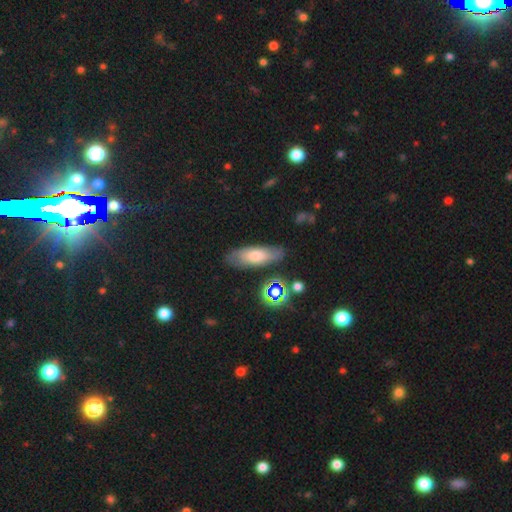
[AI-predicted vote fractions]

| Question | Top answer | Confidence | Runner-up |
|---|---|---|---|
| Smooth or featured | smooth | 57% | featured or disk (31%) |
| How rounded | in between | 65% | cigar-shaped (31%) |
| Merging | none | 78% | minor disturbance (15%) |